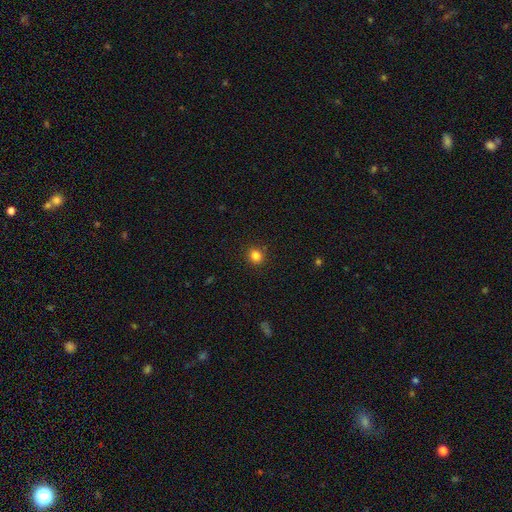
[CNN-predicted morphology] Smooth or featured: smooth — 84% (star or artifact — 12%)
How rounded: round — 85% (in between — 14%)
Merging: none — 90% (minor disturbance — 6%)